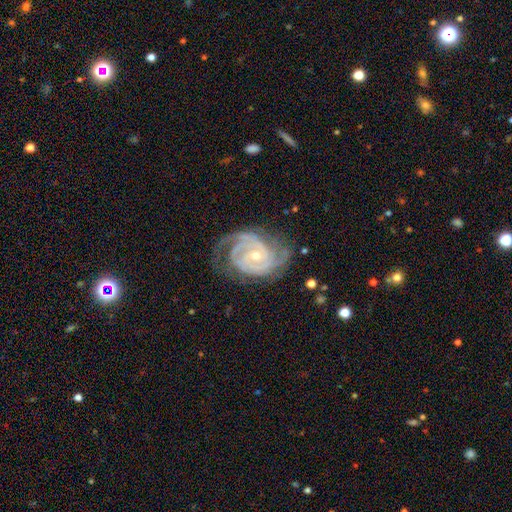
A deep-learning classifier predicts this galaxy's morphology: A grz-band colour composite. It shows a featured or disk galaxy (91%) with no bar (62%), 2 (34%) tight (72%) spiral arms (98%) and a small central bulge (53%). Merging: none (67%).